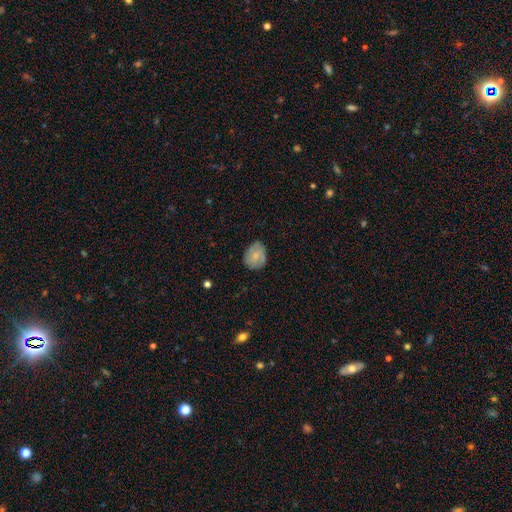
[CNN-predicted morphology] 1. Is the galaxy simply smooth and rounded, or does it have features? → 69% smooth, 24% featured or disk, 7% star or artifact.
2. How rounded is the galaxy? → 53% round, 46% in between, 1% cigar-shaped.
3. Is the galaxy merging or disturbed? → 73% none, 21% minor disturbance, 4% major disturbance, 1% merger.